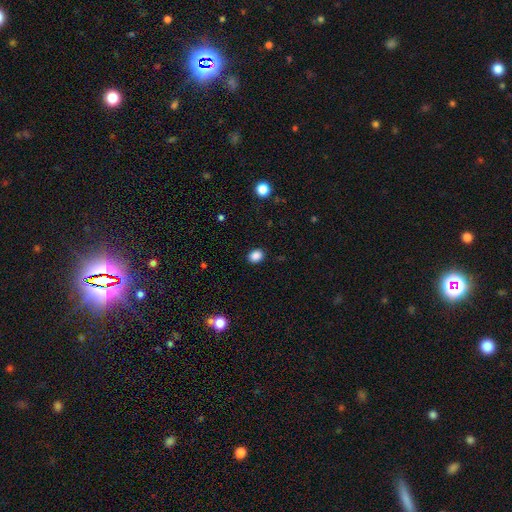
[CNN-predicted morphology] This is clearly a smooth galaxy (87%). How rounded: possibly round (50%). Merging: clearly none (90%).